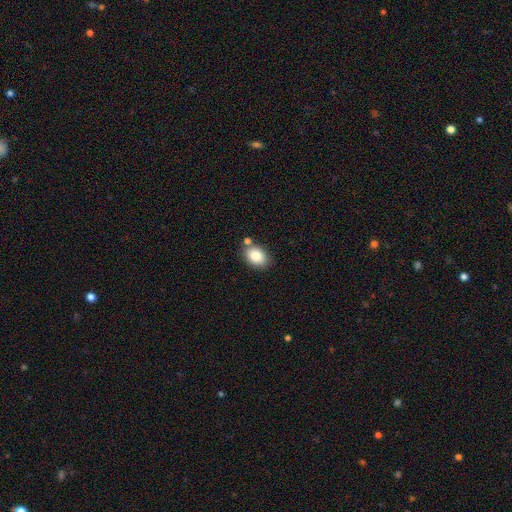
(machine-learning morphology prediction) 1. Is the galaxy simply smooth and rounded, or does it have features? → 84% smooth, 8% star or artifact, 8% featured or disk.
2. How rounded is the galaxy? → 79% in between, 20% round, 1% cigar-shaped.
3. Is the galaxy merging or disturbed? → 73% none, 13% minor disturbance, 12% merger, 3% major disturbance.